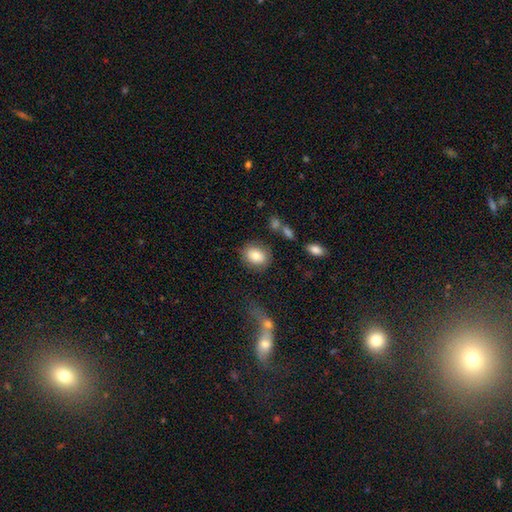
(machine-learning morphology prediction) A smooth galaxy with no disk features (82%) that is in between round and cigar-shaped (53%).

Vote fractions:
- Smooth or featured? smooth: 82% / featured or disk: 10% / star or artifact: 8%
- How rounded? in between: 53% / round: 45% / cigar-shaped: 1%
- Merging? none: 78% / minor disturbance: 13% / major disturbance: 5% / merger: 4%